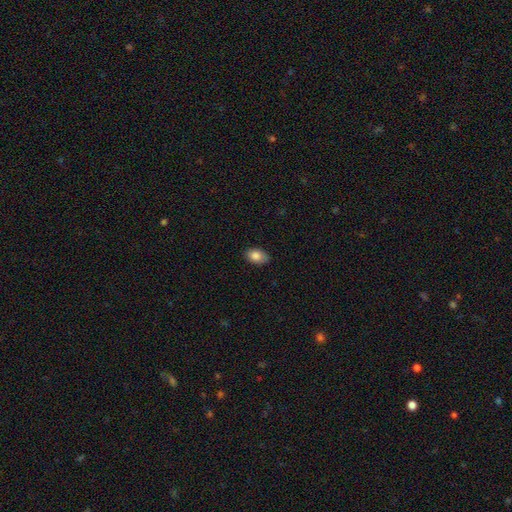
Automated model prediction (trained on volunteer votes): Smooth or featured?
  - smooth: 85% *
  - star or artifact: 8%
  - featured or disk: 7%
How rounded?
  - in between: 88% *
  - round: 11%
  - cigar-shaped: 1%
Merging?
  - none: 84% *
  - minor disturbance: 13%
  - major disturbance: 2%
  - merger: 1%